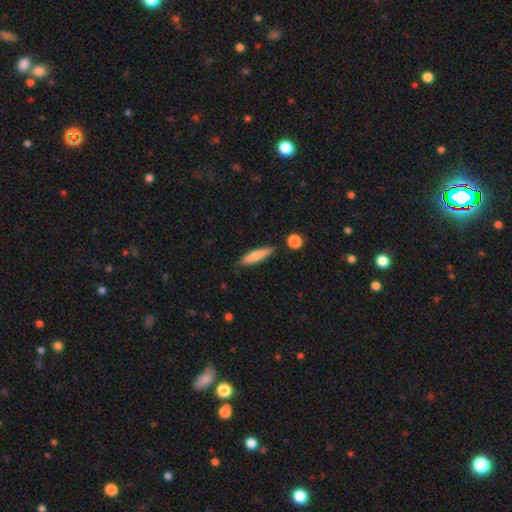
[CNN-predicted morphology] A smooth galaxy with no disk features (78%) that is cigar-shaped (80%).

Vote fractions:
- Smooth or featured? smooth: 78% / featured or disk: 16% / star or artifact: 6%
- How rounded? cigar-shaped: 80% / in between: 18% / round: 2%
- Merging? none: 84% / minor disturbance: 11% / merger: 3% / major disturbance: 2%